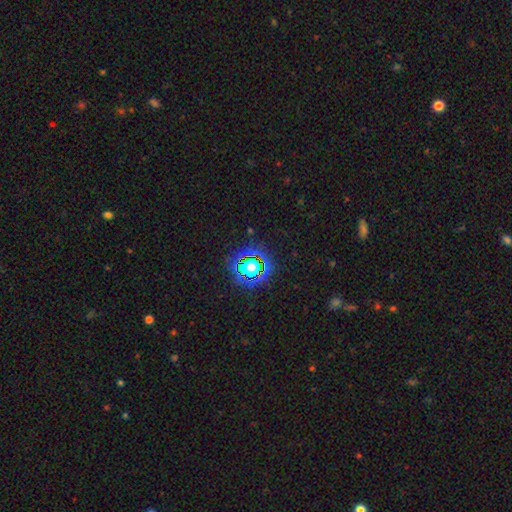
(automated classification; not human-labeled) Overall: star or artifact (80%).